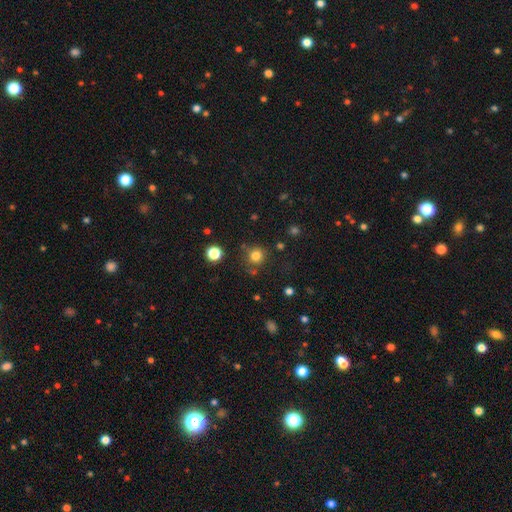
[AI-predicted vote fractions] The model was most divided on "merging": none: 76%, minor disturbance: 12%, merger: 7%, major disturbance: 5%. More confident: how rounded — round (90%); smooth or featured — smooth (80%).